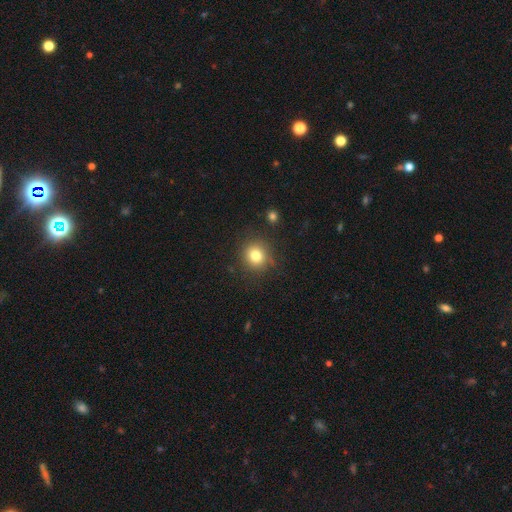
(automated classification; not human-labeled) Smooth or featured? Predicted: smooth (p=0.80). How rounded? Predicted: round (p=0.90). Merging? Predicted: none (p=0.85).